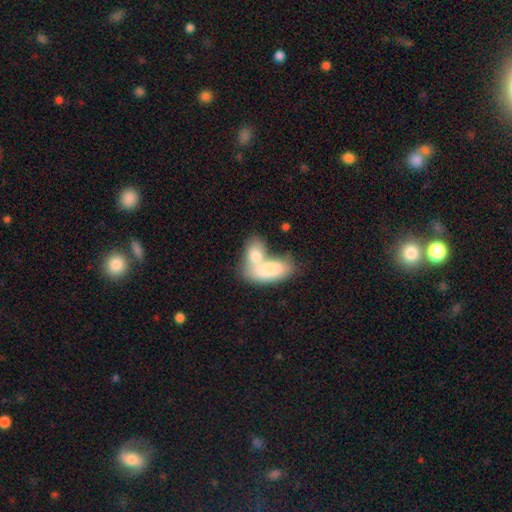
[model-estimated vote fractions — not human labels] Q: Smooth or featured?
A: smooth (78%); runner-up: featured or disk (17%)
Q: How rounded?
A: in between (90%); runner-up: round (6%)
Q: Merging?
A: merger (71%); runner-up: none (17%)